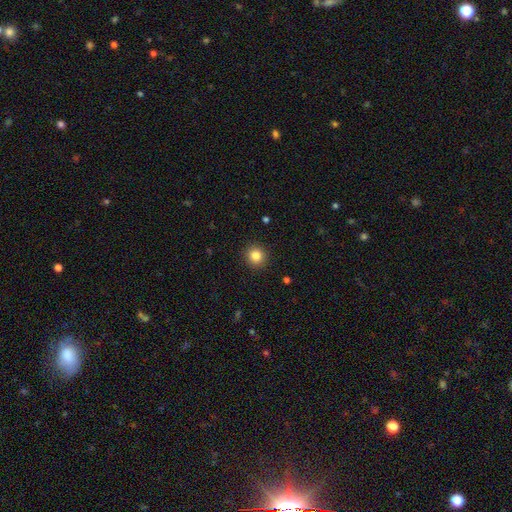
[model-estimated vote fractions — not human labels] smooth 85%, star or artifact 11%, featured or disk 5%. Down the decision tree: how rounded — round (92%); merging — none (92%).